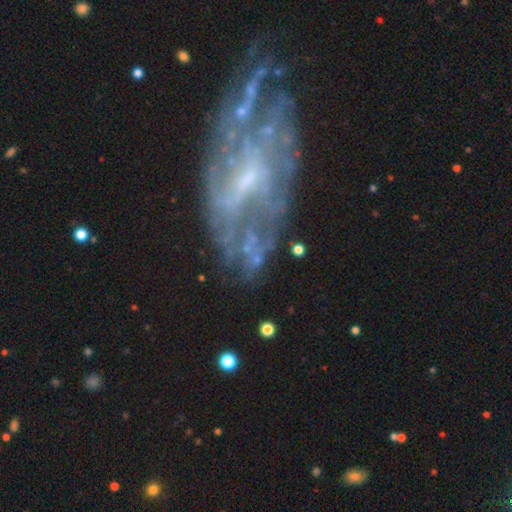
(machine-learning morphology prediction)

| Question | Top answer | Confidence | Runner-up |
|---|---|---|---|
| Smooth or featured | featured or disk | 63% | smooth (20%) |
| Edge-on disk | no | 94% | yes (6%) |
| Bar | no | 51% | weak (30%) |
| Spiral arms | no | 61% | yes (39%) |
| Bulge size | none | 41% | small (30%) |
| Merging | none | 47% | major disturbance (27%) |